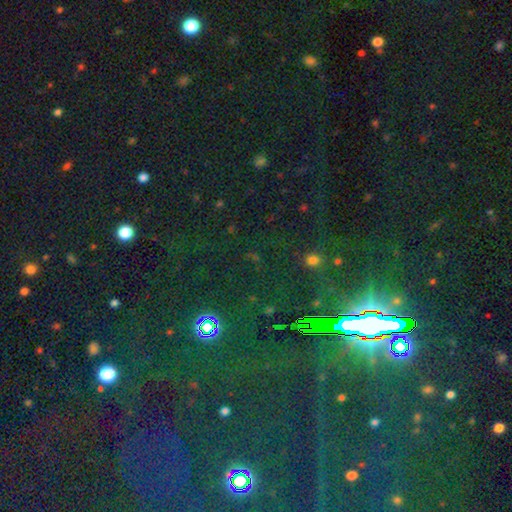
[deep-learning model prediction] The model was most divided on "smooth or featured": star or artifact: 84%, smooth: 9%, featured or disk: 7%.